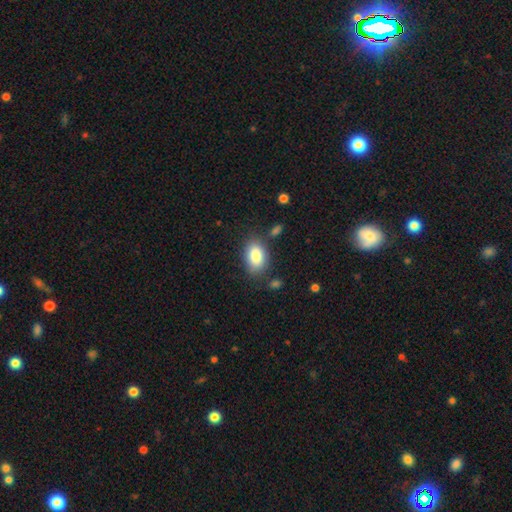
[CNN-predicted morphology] Smooth or featured? smooth (86%)
How rounded? in between (89%)
Merging? none (77%)